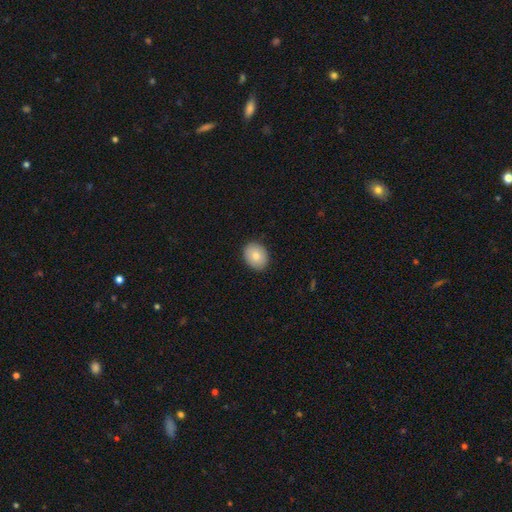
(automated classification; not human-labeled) Smooth or featured?
  - smooth: 79% *
  - featured or disk: 14%
  - star or artifact: 7%
How rounded?
  - in between: 55% *
  - round: 44%
  - cigar-shaped: 1%
Merging?
  - none: 89% *
  - minor disturbance: 8%
  - major disturbance: 2%
  - merger: 1%